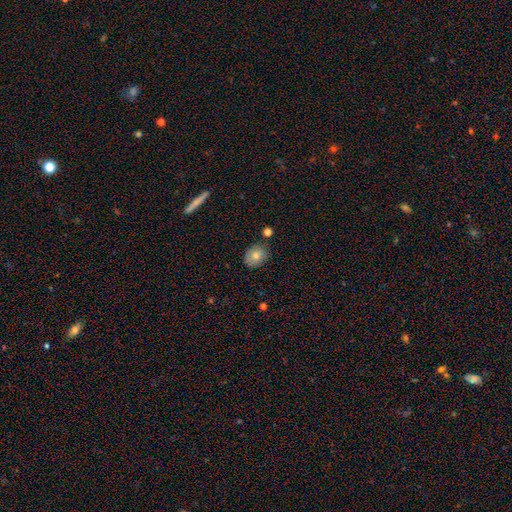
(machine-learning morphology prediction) smooth-or-featured: smooth: 77% | featured or disk: 14% | star or artifact: 9%
  how-rounded: in between: 51% | round: 48% | cigar-shaped: 1%
  merging: none: 78% | minor disturbance: 15% | merger: 4% | major disturbance: 3%